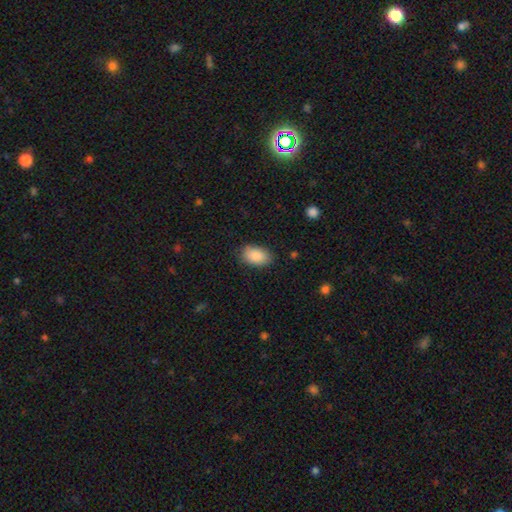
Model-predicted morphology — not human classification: Smooth or featured?
  - smooth: 87% *
  - star or artifact: 7%
  - featured or disk: 6%
How rounded?
  - in between: 91% *
  - round: 7%
  - cigar-shaped: 1%
Merging?
  - none: 83% *
  - minor disturbance: 13%
  - major disturbance: 3%
  - merger: 1%